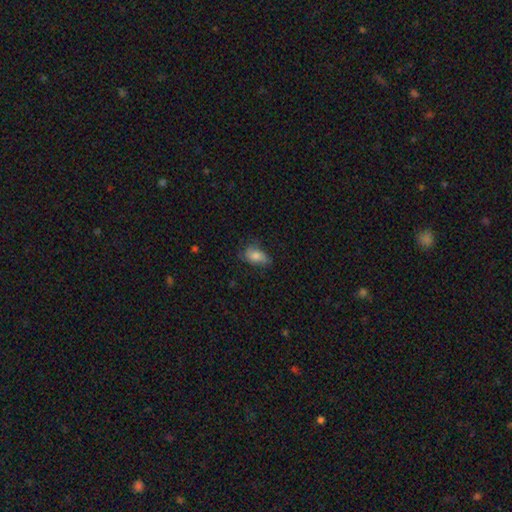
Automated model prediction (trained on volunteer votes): Q: Smooth or featured?
A: smooth (68%); runner-up: featured or disk (23%)
Q: How rounded?
A: in between (86%); runner-up: round (11%)
Q: Merging?
A: none (58%); runner-up: minor disturbance (29%)